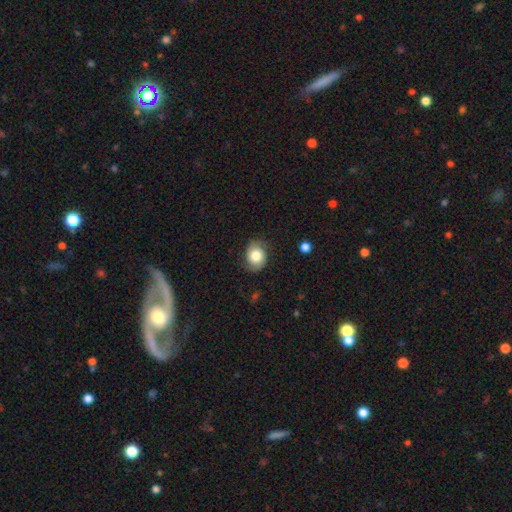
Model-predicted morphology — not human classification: type=smooth (52%); roundness=round (54%); merging=none (77%).